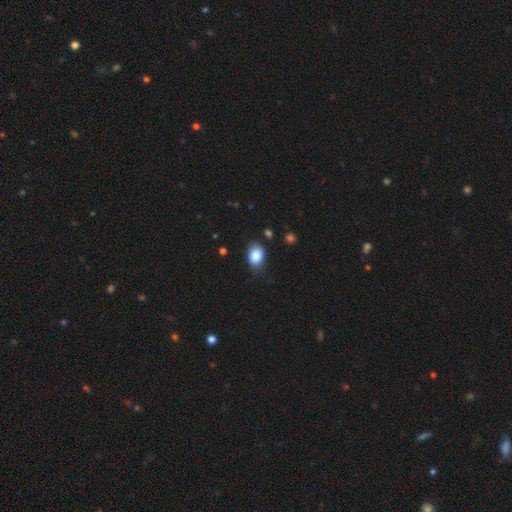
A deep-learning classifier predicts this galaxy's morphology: Overall: smooth (85%). How rounded: in between (78%). Merging: none (74%).